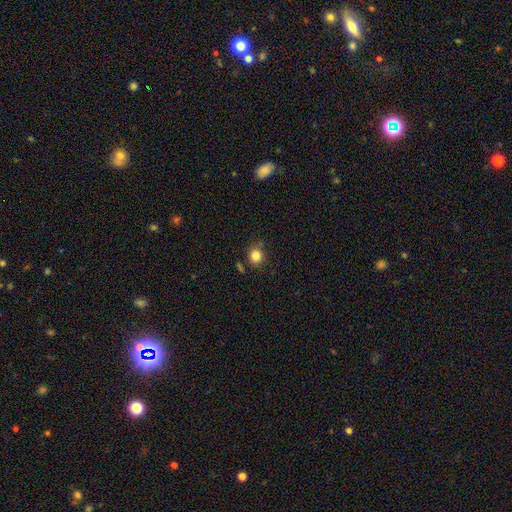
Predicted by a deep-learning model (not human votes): This is clearly a smooth galaxy (83%). How rounded: likely round (79%). Merging: likely none (76%).